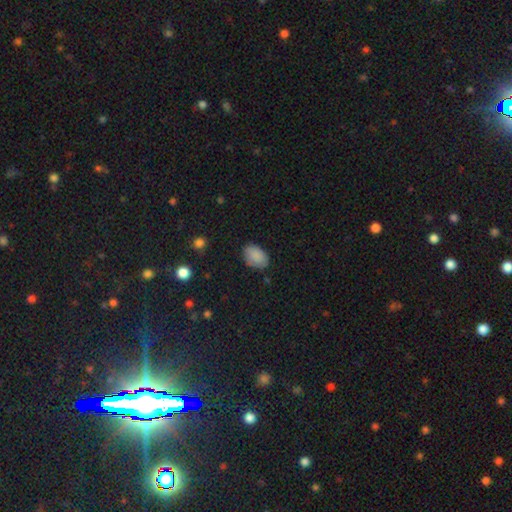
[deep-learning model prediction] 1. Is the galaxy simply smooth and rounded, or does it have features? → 87% smooth, 8% star or artifact, 6% featured or disk.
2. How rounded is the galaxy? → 87% in between, 12% round, 1% cigar-shaped.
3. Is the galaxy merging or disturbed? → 79% none, 16% minor disturbance, 3% major disturbance, 1% merger.